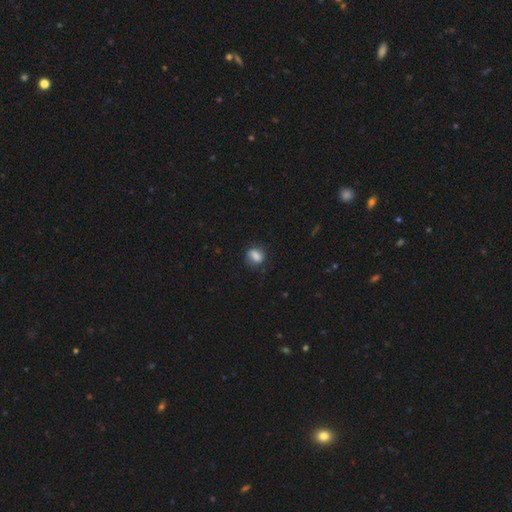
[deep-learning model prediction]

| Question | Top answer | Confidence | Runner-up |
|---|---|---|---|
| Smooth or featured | smooth | 73% | featured or disk (18%) |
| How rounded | in between | 50% | round (48%) |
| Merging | none | 68% | minor disturbance (22%) |